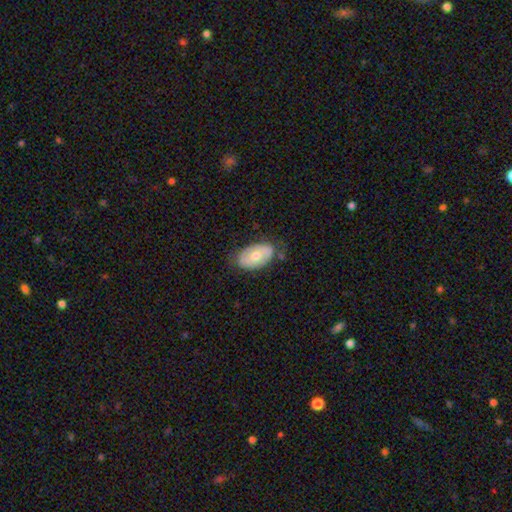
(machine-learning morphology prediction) Q: Smooth or featured?
A: smooth (56%); runner-up: featured or disk (37%)
Q: How rounded?
A: in between (91%); runner-up: round (8%)
Q: Merging?
A: none (72%); runner-up: minor disturbance (21%)